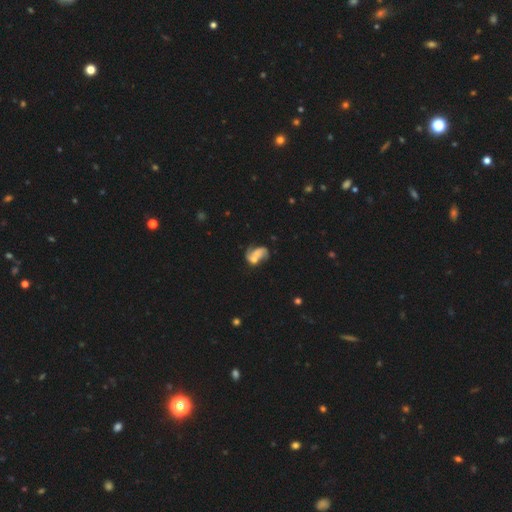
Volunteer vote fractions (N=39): A featured or disk galaxy (54%) with no bar (65%), 2 (67%) medium (47%, tied with loose) spiral arms (75%) and a small central bulge (40%). Merging: merger (49%).